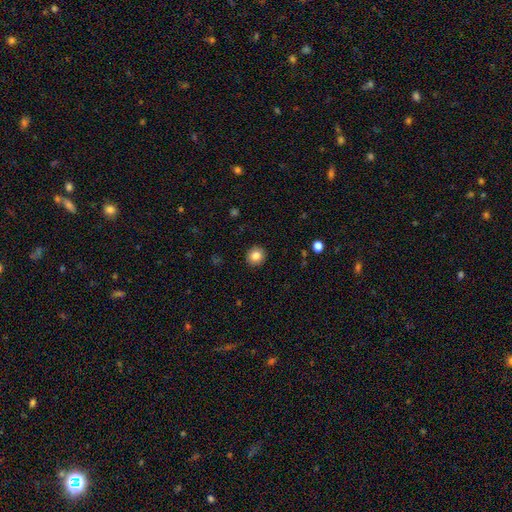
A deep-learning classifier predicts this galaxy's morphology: smooth_or_featured: smooth (p=0.84) [alt: star or artifact p=0.10]
how_rounded: round (p=0.90) [alt: in between p=0.09]
merging: none (p=0.92) [alt: minor disturbance p=0.05]